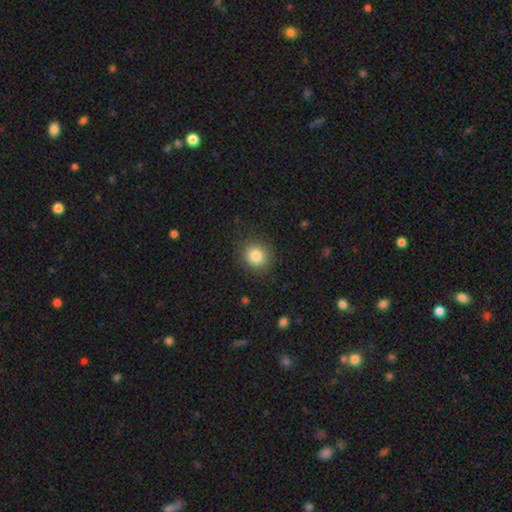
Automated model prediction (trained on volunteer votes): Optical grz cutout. It shows a smooth galaxy with no disk features (83%) that is round (85%). Merging: none (87%).